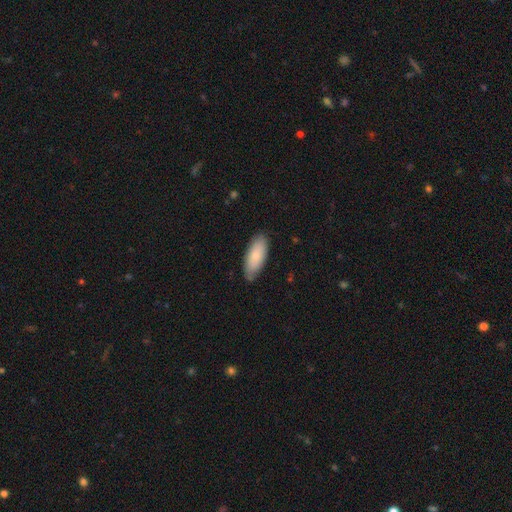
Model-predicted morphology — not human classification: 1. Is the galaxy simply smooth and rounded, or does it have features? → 80% smooth, 14% featured or disk, 5% star or artifact.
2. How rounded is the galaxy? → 79% in between, 20% cigar-shaped, 2% round.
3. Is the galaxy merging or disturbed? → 78% none, 19% minor disturbance, 3% major disturbance, 1% merger.